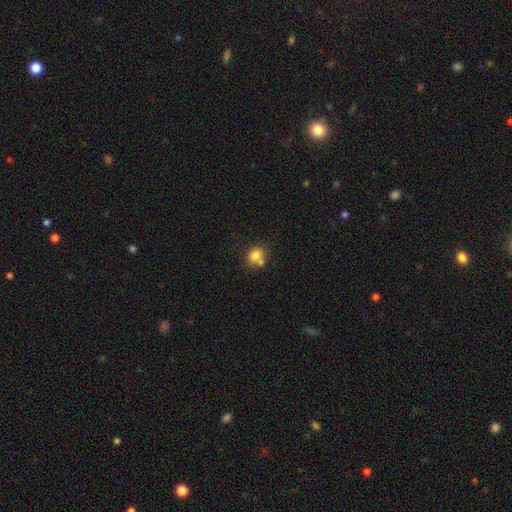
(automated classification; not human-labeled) This appears to be a smooth galaxy with no disk features (78%) that is round (55%). Merging: none (49%).